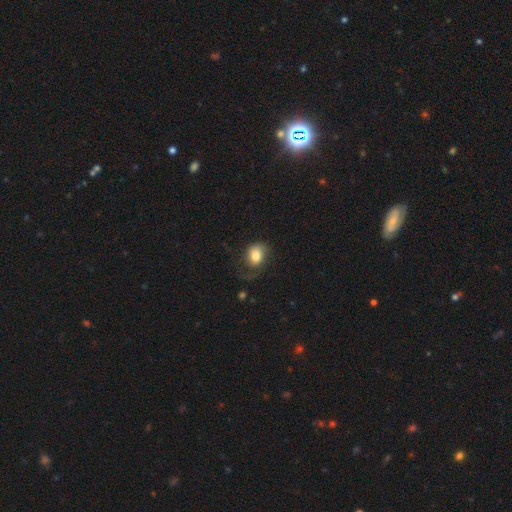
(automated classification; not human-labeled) smooth-or-featured: smooth: 75% | featured or disk: 16% | star or artifact: 8%
  how-rounded: in between: 56% | round: 43% | cigar-shaped: 1%
  merging: none: 47% | major disturbance: 27% | minor disturbance: 24% | merger: 2%